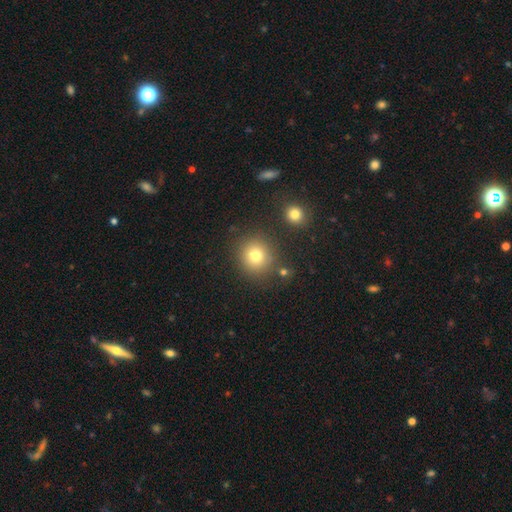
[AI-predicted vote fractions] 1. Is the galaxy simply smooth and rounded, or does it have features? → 78% smooth, 13% star or artifact, 8% featured or disk.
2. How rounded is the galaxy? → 89% round, 11% in between, 1% cigar-shaped.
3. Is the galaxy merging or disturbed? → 82% none, 9% minor disturbance, 6% merger, 4% major disturbance.